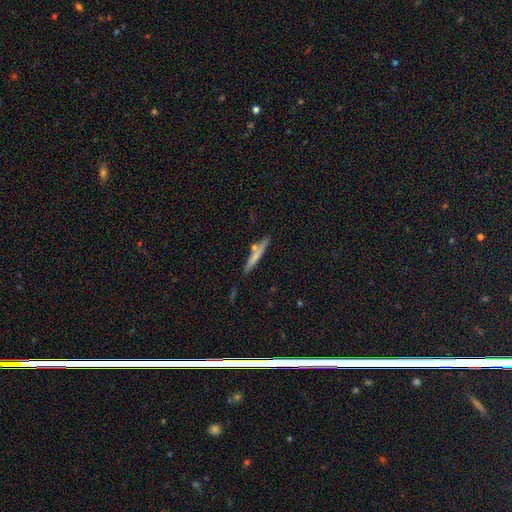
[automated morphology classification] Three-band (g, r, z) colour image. It shows a smooth galaxy with no disk features (64%) that is cigar-shaped (94%). Merging: none (78%).